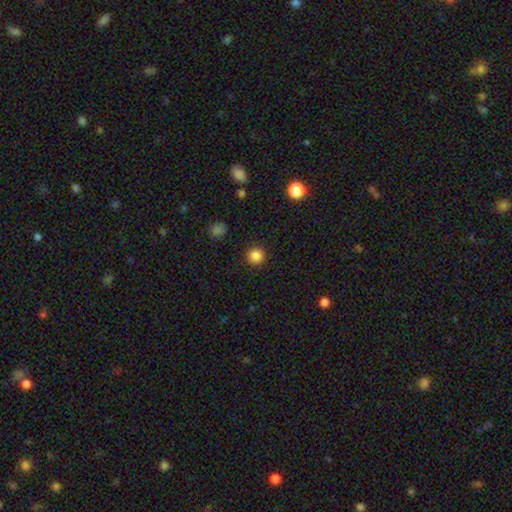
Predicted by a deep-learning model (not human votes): Q: Smooth or featured?
A: smooth (85%); runner-up: star or artifact (12%)
Q: How rounded?
A: round (95%); runner-up: in between (4%)
Q: Merging?
A: none (92%); runner-up: minor disturbance (5%)